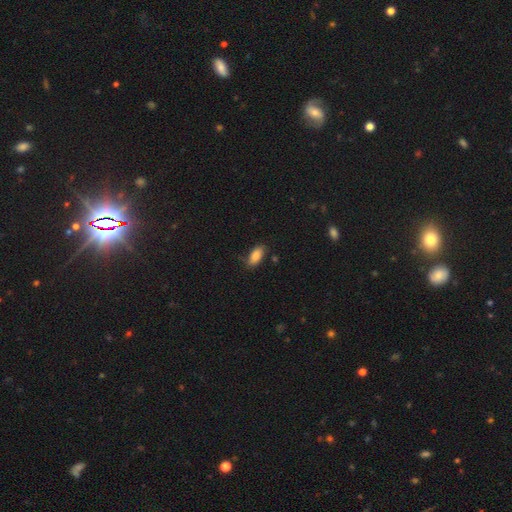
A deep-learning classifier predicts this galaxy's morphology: This appears to be a smooth galaxy with no disk features (84%) that is in between round and cigar-shaped (90%). Merging: none (77%).